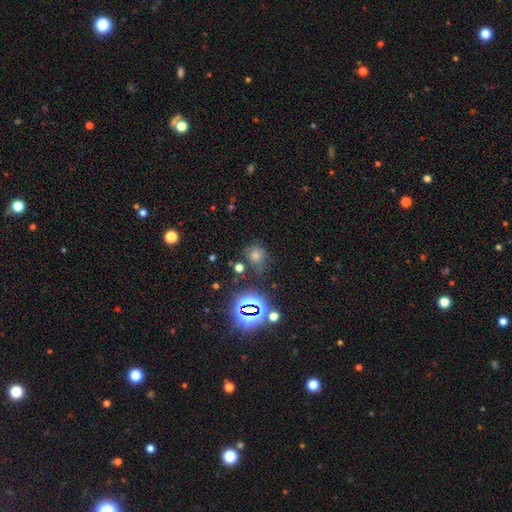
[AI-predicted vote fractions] This appears to be a star or artifact, not a galaxy (47%).